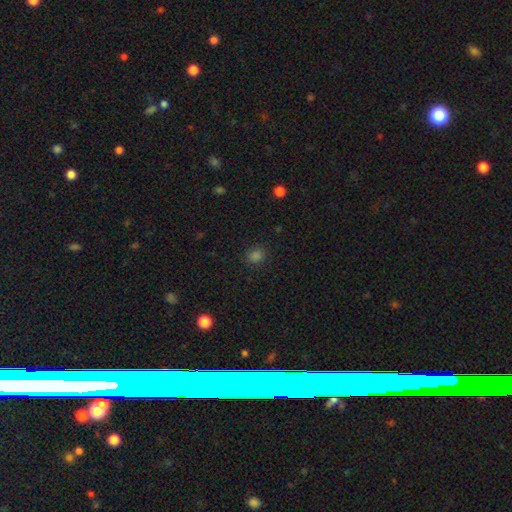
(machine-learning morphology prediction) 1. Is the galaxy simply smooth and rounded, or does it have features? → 77% smooth, 19% star or artifact, 4% featured or disk.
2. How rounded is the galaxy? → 74% round, 25% in between, 1% cigar-shaped.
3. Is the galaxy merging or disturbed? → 88% none, 8% minor disturbance, 3% major disturbance, 1% merger.